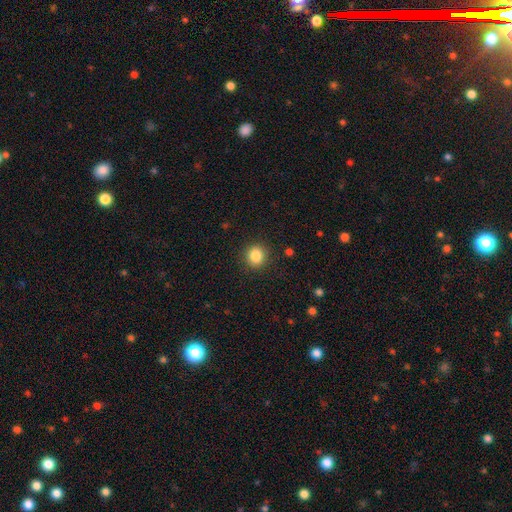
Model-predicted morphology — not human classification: A smooth galaxy with no disk features (85%) that is round (88%).

Vote fractions:
- Smooth or featured? smooth: 85% / star or artifact: 10% / featured or disk: 4%
- How rounded? round: 88% / in between: 11% / cigar-shaped: 1%
- Merging? none: 90% / minor disturbance: 6% / major disturbance: 2% / merger: 1%